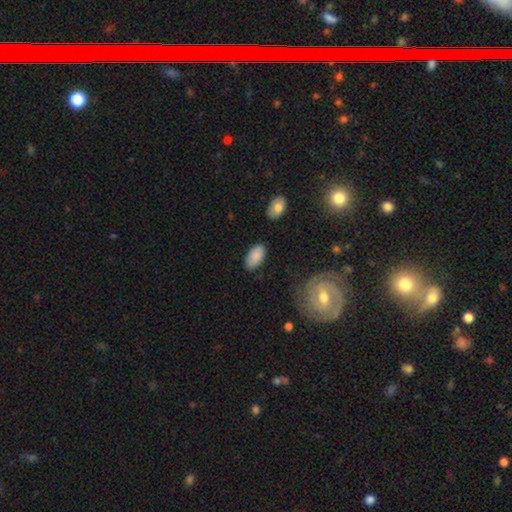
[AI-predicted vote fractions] A smooth galaxy with no disk features (86%) that is in between round and cigar-shaped (95%). Merging: none (81%).